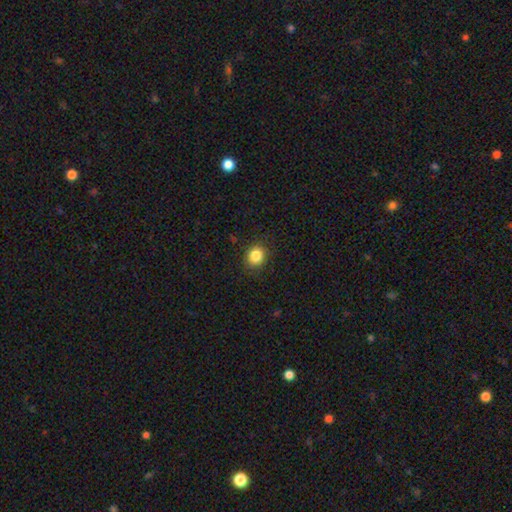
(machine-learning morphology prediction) Smooth or featured?
  - smooth: 85% *
  - star or artifact: 10%
  - featured or disk: 5%
How rounded?
  - round: 73% *
  - in between: 27%
  - cigar-shaped: 1%
Merging?
  - none: 87% *
  - minor disturbance: 9%
  - major disturbance: 3%
  - merger: 1%